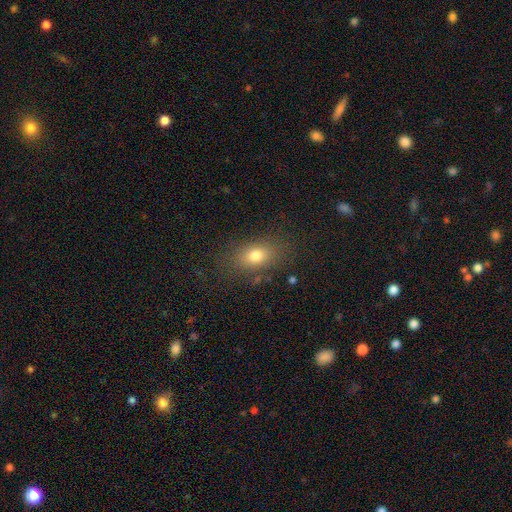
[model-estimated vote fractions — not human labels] Morphology: type=smooth (76%); roundness=in between (78%); merging=none (81%).